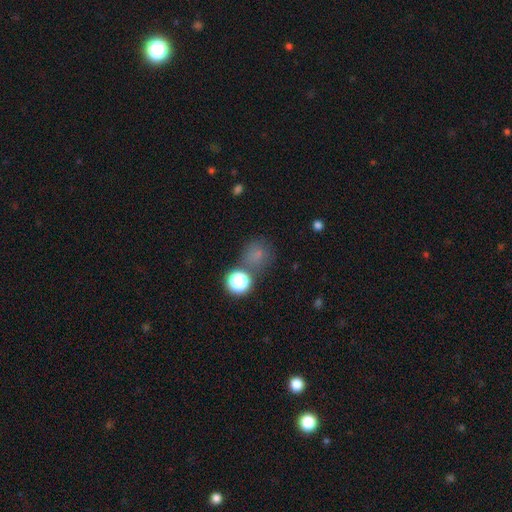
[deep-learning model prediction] Smooth or featured?
  - smooth: 67% *
  - star or artifact: 25%
  - featured or disk: 8%
How rounded?
  - round: 85% *
  - in between: 14%
  - cigar-shaped: 1%
Merging?
  - none: 66% *
  - minor disturbance: 14%
  - merger: 14%
  - major disturbance: 7%